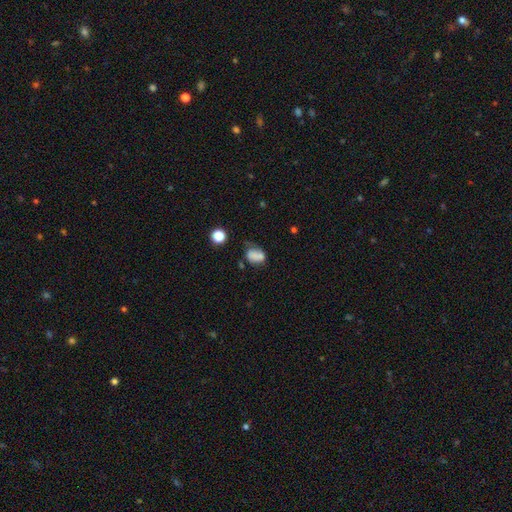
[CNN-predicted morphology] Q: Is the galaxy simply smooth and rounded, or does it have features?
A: smooth — 70%.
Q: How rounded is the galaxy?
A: in between — 68%.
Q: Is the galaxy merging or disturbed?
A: none — 38%.